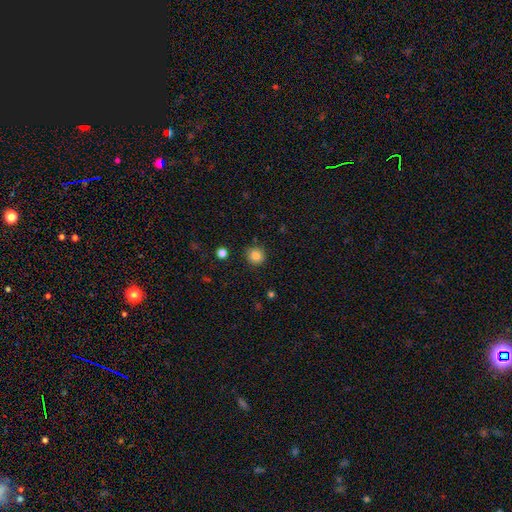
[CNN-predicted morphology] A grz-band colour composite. It shows a smooth galaxy with no disk features (84%) that is round (93%). Merging: none (87%).